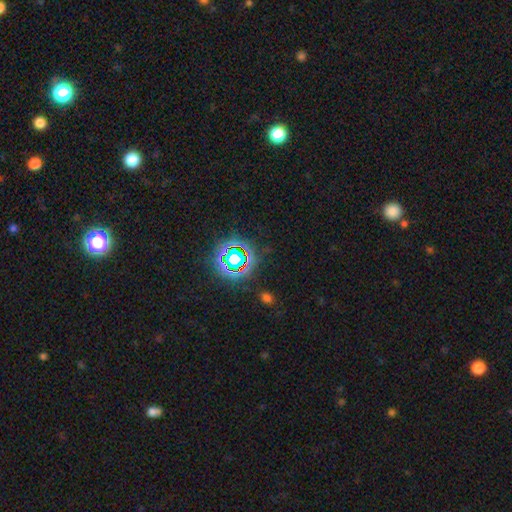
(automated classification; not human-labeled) Smooth or featured? Predicted: star or artifact (p=0.76).